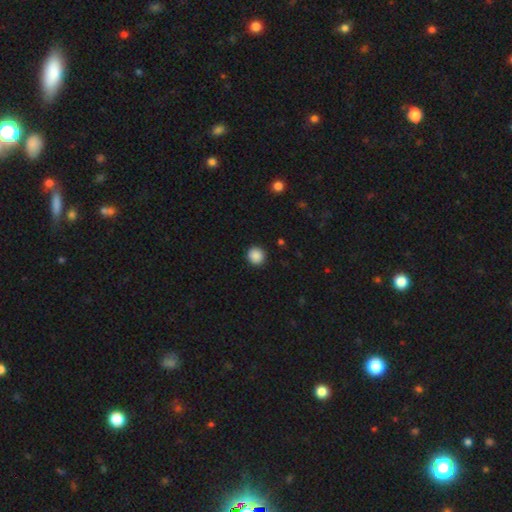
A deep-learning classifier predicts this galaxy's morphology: type=smooth (88%); roundness=round (92%); merging=none (92%).